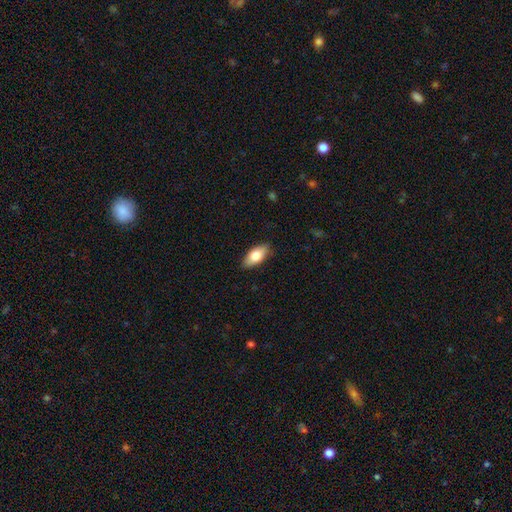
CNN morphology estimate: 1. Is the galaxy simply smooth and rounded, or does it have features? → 77% smooth, 17% featured or disk, 6% star or artifact.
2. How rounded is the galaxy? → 88% in between, 9% cigar-shaped, 3% round.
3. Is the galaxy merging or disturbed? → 86% none, 11% minor disturbance, 2% major disturbance, 1% merger.